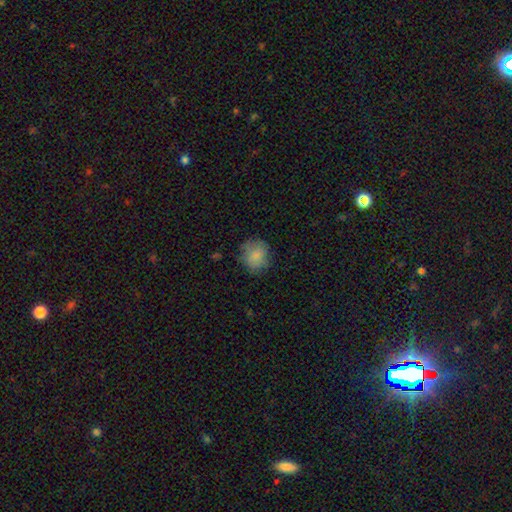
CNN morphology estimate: This appears to be a smooth galaxy with no disk features (79%) that is round (79%). Merging: none (70%).